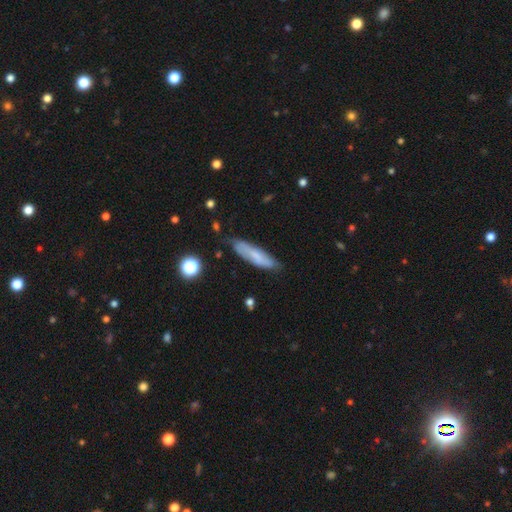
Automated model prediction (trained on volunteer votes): Overall: smooth (62%; featured or disk 30%). How rounded: cigar-shaped (71%). Merging: none (74%).